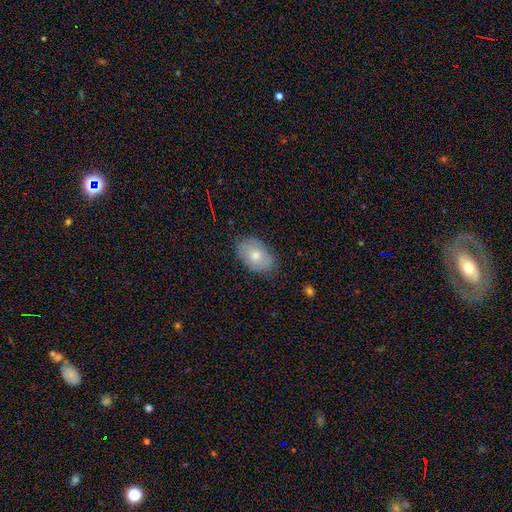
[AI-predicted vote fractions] smooth_or_featured: smooth (p=0.72) [alt: featured or disk p=0.21]
how_rounded: in between (p=0.86) [alt: round p=0.12]
merging: none (p=0.79) [alt: minor disturbance p=0.17]